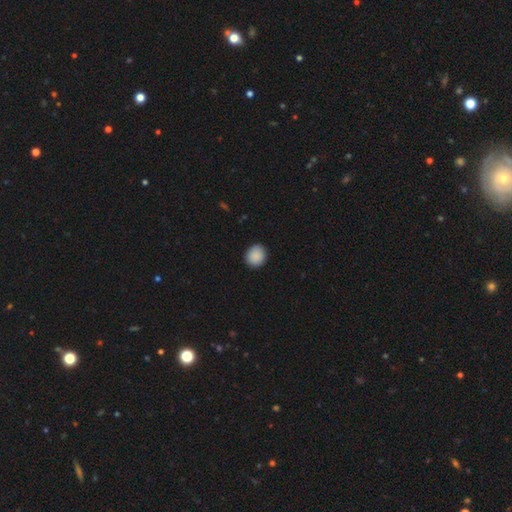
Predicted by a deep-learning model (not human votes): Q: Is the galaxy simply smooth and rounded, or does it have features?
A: smooth — 90%.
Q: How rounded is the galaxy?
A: round — 74%.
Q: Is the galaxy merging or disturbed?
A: none — 90%.